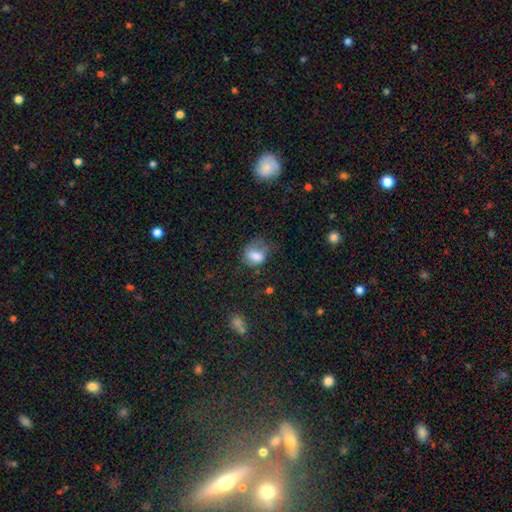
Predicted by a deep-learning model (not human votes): Smooth or featured?
  - smooth: 76% *
  - featured or disk: 14%
  - star or artifact: 10%
How rounded?
  - in between: 57% *
  - round: 42%
  - cigar-shaped: 1%
Merging?
  - none: 36% *
  - minor disturbance: 32%
  - major disturbance: 29%
  - merger: 3%